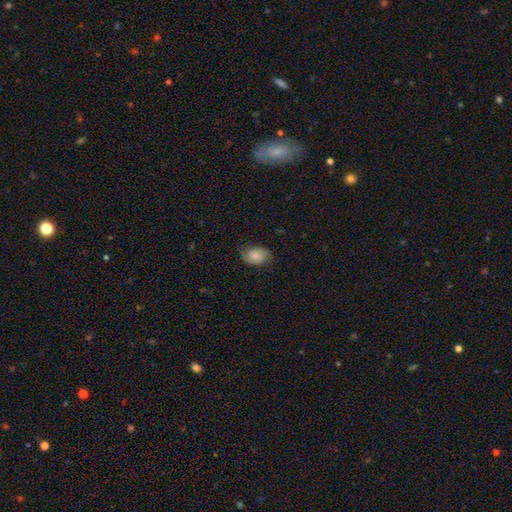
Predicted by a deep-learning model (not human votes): The model was most divided on "merging": none: 70%, minor disturbance: 23%, major disturbance: 6%, merger: 1%. More confident: how rounded — in between (77%); smooth or featured — smooth (74%).